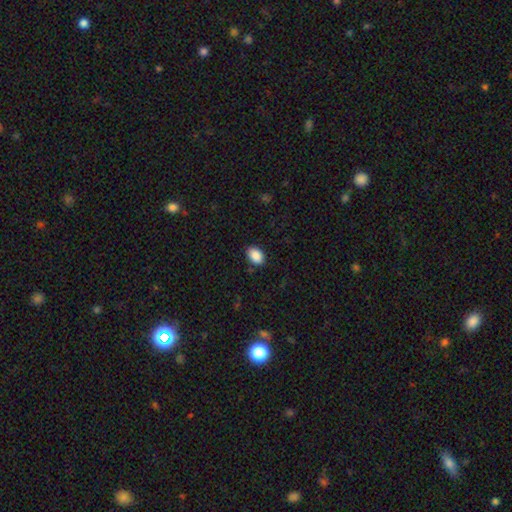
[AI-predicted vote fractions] smooth_or_featured: smooth (p=0.89) [alt: star or artifact p=0.08]
how_rounded: in between (p=0.84) [alt: round p=0.15]
merging: none (p=0.86) [alt: minor disturbance p=0.10]